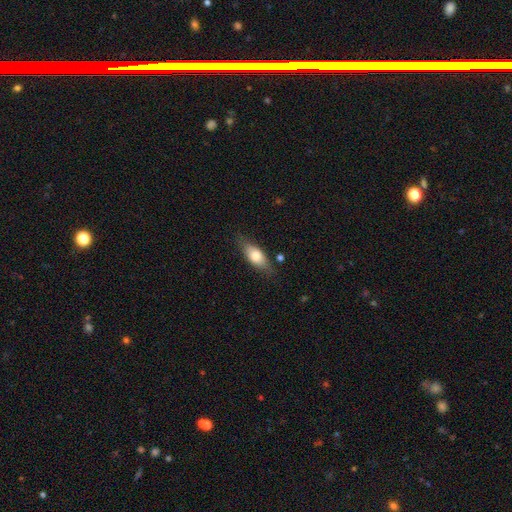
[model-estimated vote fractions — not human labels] Smooth or featured? smooth (71%)
How rounded? in between (76%)
Merging? none (76%)